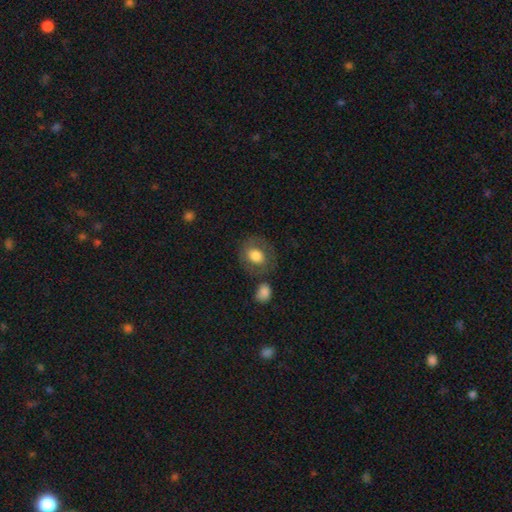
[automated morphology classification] Smooth or featured? smooth (70%)
How rounded? round (57%)
Merging? none (70%)